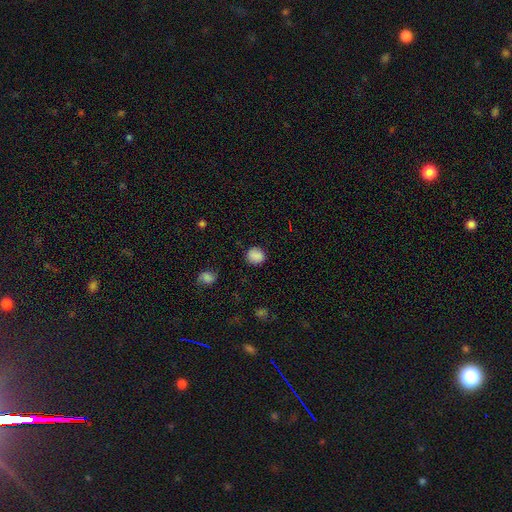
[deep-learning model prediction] The model was most divided on "how rounded": round: 79%, in between: 20%, cigar-shaped: 1%. More confident: smooth or featured — smooth (86%); merging — none (85%).